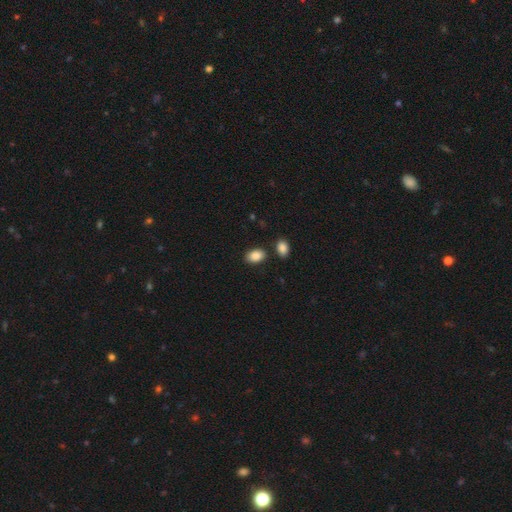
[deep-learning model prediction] smooth-or-featured: smooth: 88% | star or artifact: 7% | featured or disk: 5%
  how-rounded: in between: 85% | round: 14% | cigar-shaped: 1%
  merging: none: 80% | minor disturbance: 10% | merger: 7% | major disturbance: 3%